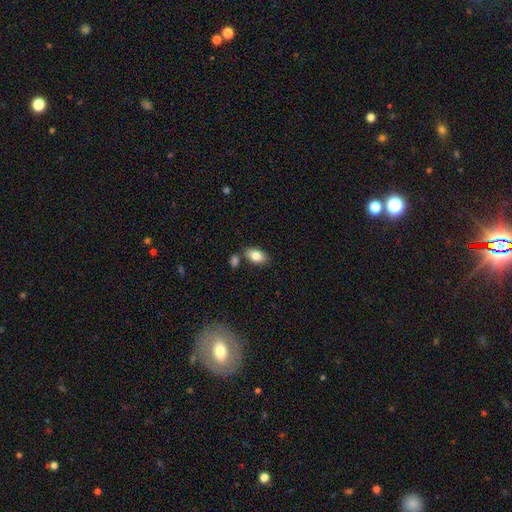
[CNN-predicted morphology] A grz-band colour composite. It shows a smooth galaxy with no disk features (83%) that is in between round and cigar-shaped (91%). Merging: none (75%).